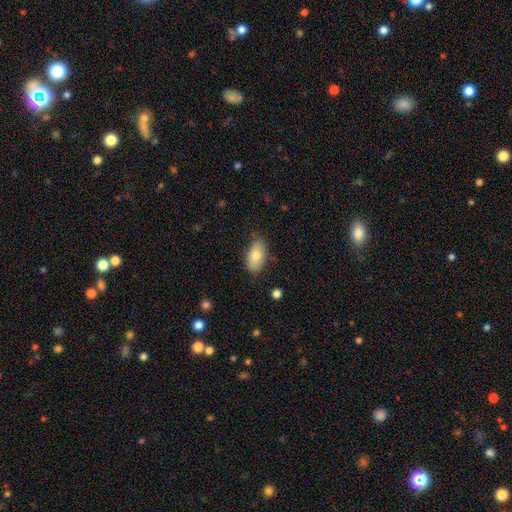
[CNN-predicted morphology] smooth_or_featured: smooth (p=0.78) [alt: featured or disk p=0.16]
how_rounded: in between (p=0.92) [alt: round p=0.05]
merging: none (p=0.80) [alt: minor disturbance p=0.15]